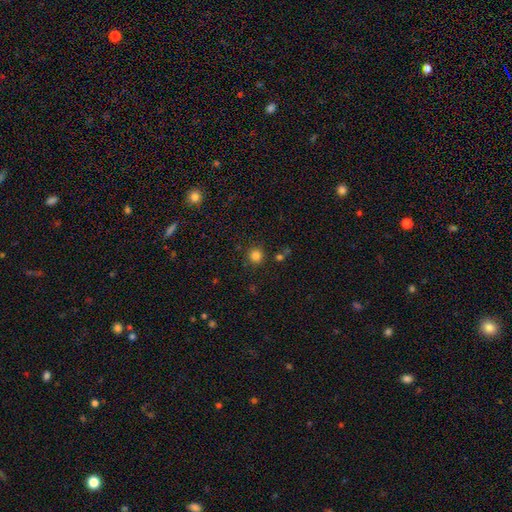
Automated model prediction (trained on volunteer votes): smooth-or-featured: smooth: 82% | star or artifact: 13% | featured or disk: 4%
  how-rounded: round: 93% | in between: 6% | cigar-shaped: 1%
  merging: none: 87% | minor disturbance: 7% | merger: 4% | major disturbance: 3%